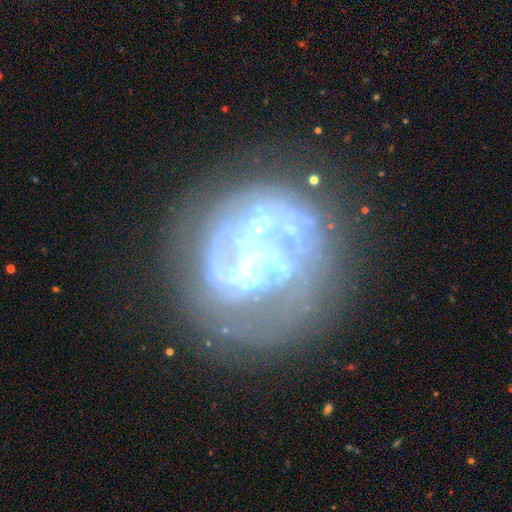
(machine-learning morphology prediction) This appears to be a featured or disk galaxy (75%) with no bar (71%), spiral arms (54%) and no central bulge (45%). Merging: none (51%).